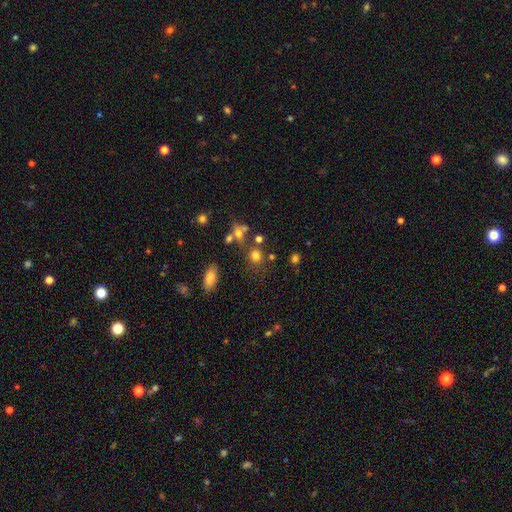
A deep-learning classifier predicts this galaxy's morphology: smooth-or-featured: smooth: 72% | star or artifact: 18% | featured or disk: 10%
  how-rounded: round: 79% | in between: 19% | cigar-shaped: 2%
  merging: none: 64% | merger: 19% | minor disturbance: 12% | major disturbance: 6%